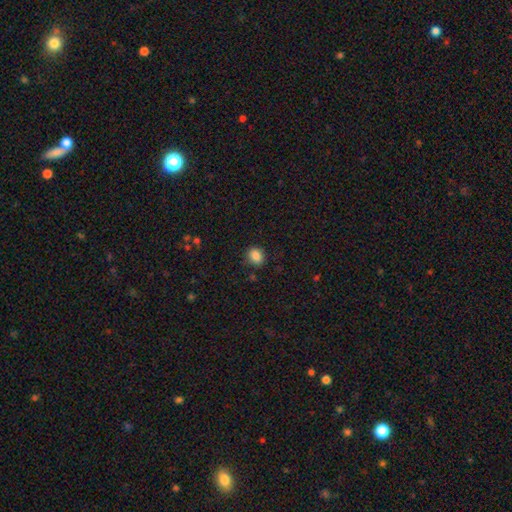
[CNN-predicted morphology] A smooth galaxy with no disk features (86%) that is round (61%).

Vote fractions:
- Smooth or featured? smooth: 86% / star or artifact: 10% / featured or disk: 4%
- How rounded? round: 61% / in between: 39% / cigar-shaped: 1%
- Merging? none: 84% / minor disturbance: 12% / major disturbance: 3% / merger: 2%